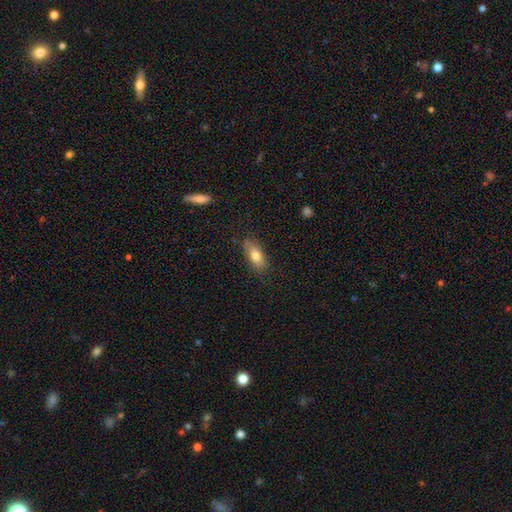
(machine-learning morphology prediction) Smooth or featured? smooth (77%)
How rounded? in between (81%)
Merging? none (79%)